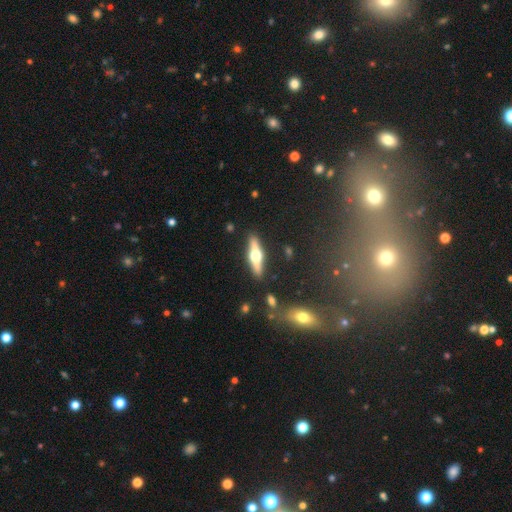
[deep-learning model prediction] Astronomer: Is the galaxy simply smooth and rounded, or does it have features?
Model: featured or disk — 67%.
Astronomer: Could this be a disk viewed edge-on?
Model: yes — 95%.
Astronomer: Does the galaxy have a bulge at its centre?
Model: rounded — 96%.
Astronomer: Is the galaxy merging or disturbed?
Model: none — 88%.